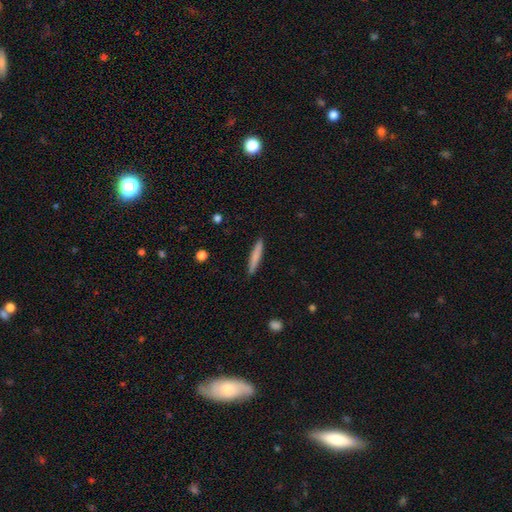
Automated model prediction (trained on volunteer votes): Smooth or featured? Predicted: smooth (p=0.75). How rounded? Predicted: cigar-shaped (p=0.93). Merging? Predicted: none (p=0.90).